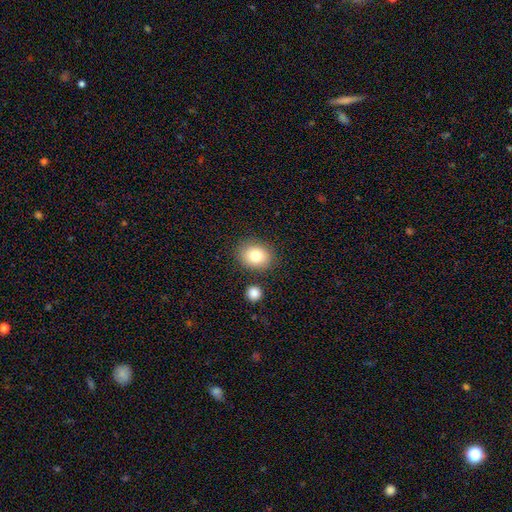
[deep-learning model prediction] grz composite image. It shows a smooth galaxy with no disk features (80%) that is round (55%). Merging: none (82%).